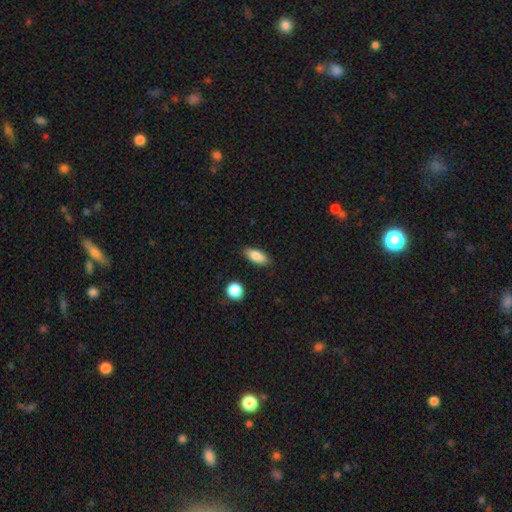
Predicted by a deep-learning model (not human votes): Smooth or featured? smooth (83%)
How rounded? in between (82%)
Merging? none (84%)